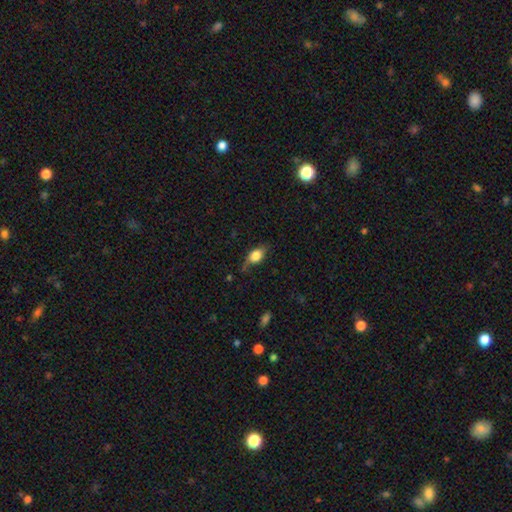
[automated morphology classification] A smooth galaxy with no disk features (74%) that is in between round and cigar-shaped (81%).

Vote fractions:
- Smooth or featured? smooth: 74% / featured or disk: 18% / star or artifact: 8%
- How rounded? in between: 81% / round: 13% / cigar-shaped: 7%
- Merging? none: 59% / minor disturbance: 29% / major disturbance: 9% / merger: 2%